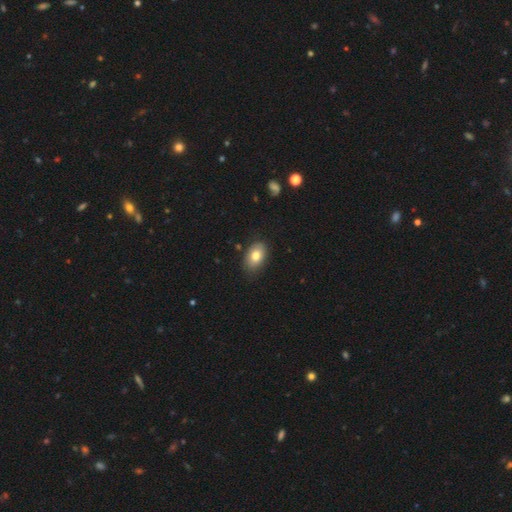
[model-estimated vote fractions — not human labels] smooth_or_featured: smooth (p=0.78) [alt: featured or disk p=0.14]
how_rounded: in between (p=0.87) [alt: round p=0.12]
merging: none (p=0.80) [alt: minor disturbance p=0.15]